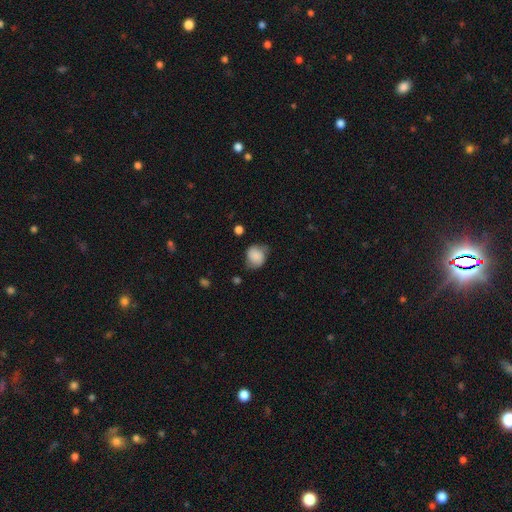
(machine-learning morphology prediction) Smooth or featured? smooth (78%)
How rounded? round (65%)
Merging? none (54%)